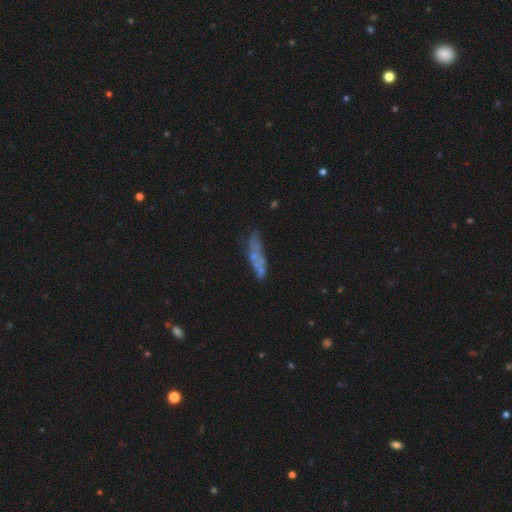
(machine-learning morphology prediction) Q: Smooth or featured?
A: smooth (43%); runner-up: featured or disk (41%)
Q: Merging?
A: none (59%); runner-up: minor disturbance (20%)